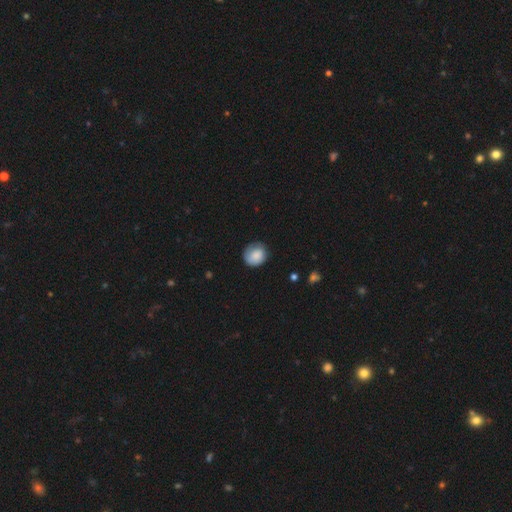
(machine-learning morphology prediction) Smooth or featured?
  - smooth: 81% *
  - featured or disk: 12%
  - star or artifact: 7%
How rounded?
  - round: 80% *
  - in between: 19%
  - cigar-shaped: 1%
Merging?
  - none: 67% *
  - minor disturbance: 24%
  - major disturbance: 8%
  - merger: 1%